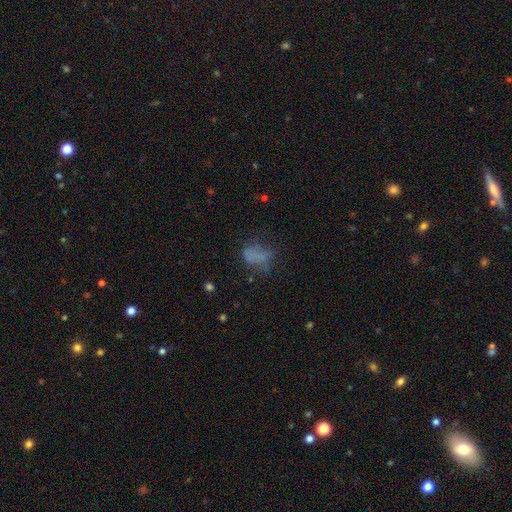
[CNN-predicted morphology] smooth_or_featured: smooth (p=0.56) [alt: featured or disk p=0.25]
how_rounded: in between (p=0.74) [alt: round p=0.23]
merging: none (p=0.44) [alt: major disturbance p=0.28]